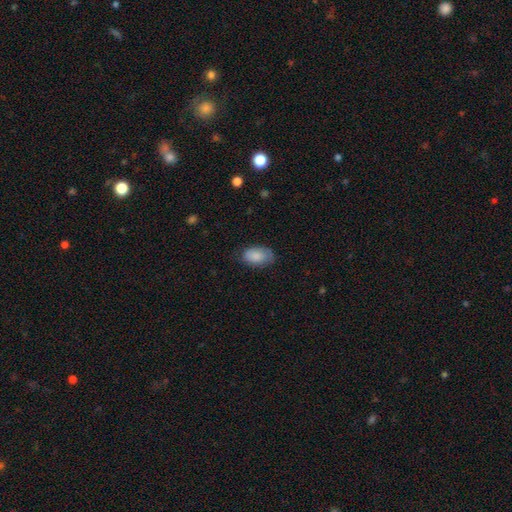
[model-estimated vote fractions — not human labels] Smooth or featured: smooth — 84% (featured or disk — 9%)
How rounded: in between — 92% (round — 7%)
Merging: none — 71% (minor disturbance — 22%)